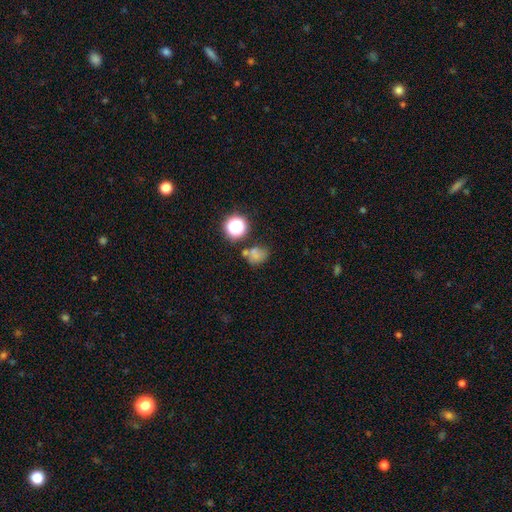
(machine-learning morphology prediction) Smooth or featured?
  - smooth: 68% *
  - star or artifact: 22%
  - featured or disk: 11%
How rounded?
  - round: 63% *
  - in between: 36%
  - cigar-shaped: 1%
Merging?
  - none: 54% *
  - minor disturbance: 19%
  - merger: 18%
  - major disturbance: 9%